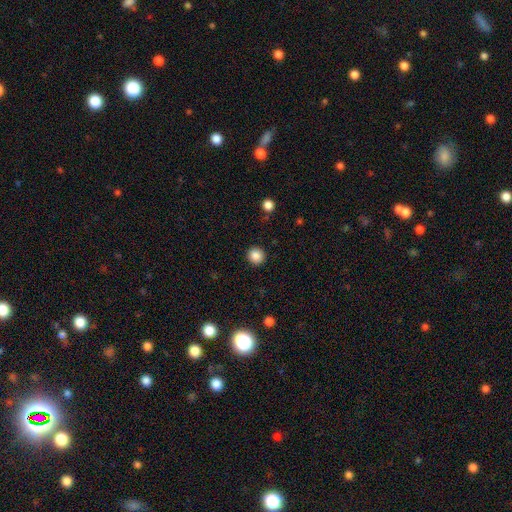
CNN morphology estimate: Smooth or featured? smooth (86%)
How rounded? round (93%)
Merging? none (91%)